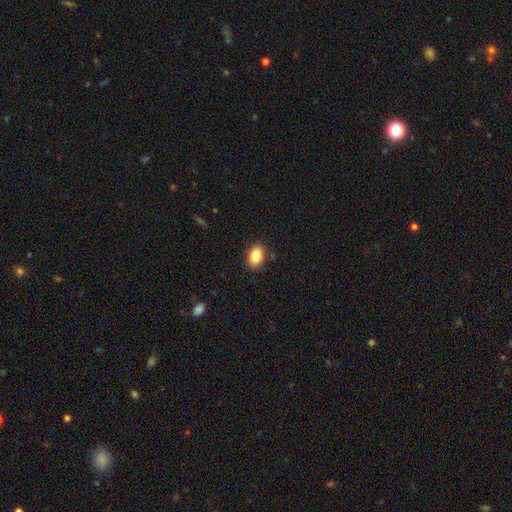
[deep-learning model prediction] Smooth or featured? smooth (87%)
How rounded? in between (85%)
Merging? none (87%)